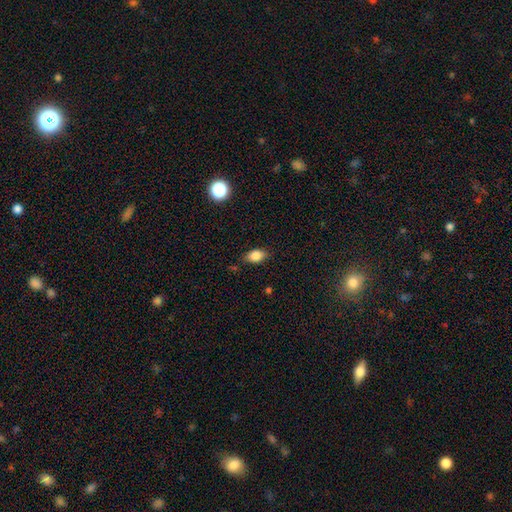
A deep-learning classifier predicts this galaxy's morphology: Smooth or featured: smooth — 83% (star or artifact — 9%)
How rounded: in between — 82% (round — 15%)
Merging: none — 77% (minor disturbance — 18%)